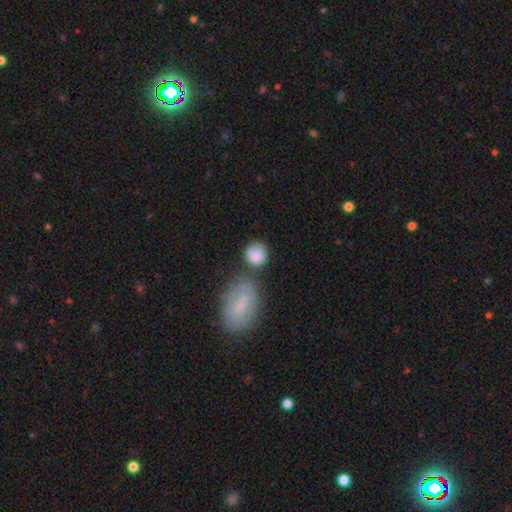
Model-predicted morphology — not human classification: A smooth galaxy with no disk features (76%) that is round (80%).

Vote fractions:
- Smooth or featured? smooth: 76% / featured or disk: 17% / star or artifact: 7%
- How rounded? round: 80% / in between: 19% / cigar-shaped: 1%
- Merging? none: 49% / merger: 23% / minor disturbance: 19% / major disturbance: 9%